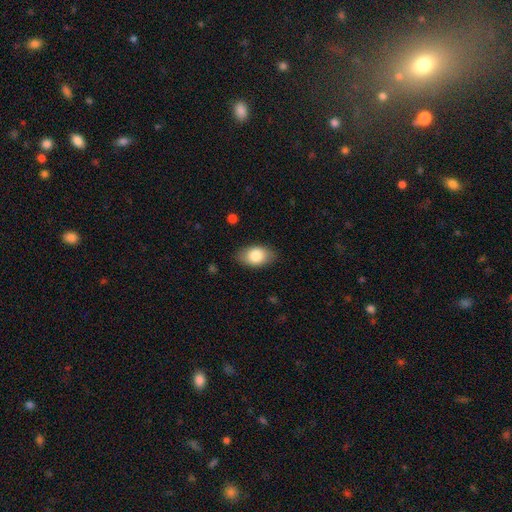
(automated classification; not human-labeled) Q: Smooth or featured?
A: smooth (83%); runner-up: featured or disk (11%)
Q: How rounded?
A: in between (90%); runner-up: round (9%)
Q: Merging?
A: none (84%); runner-up: minor disturbance (12%)